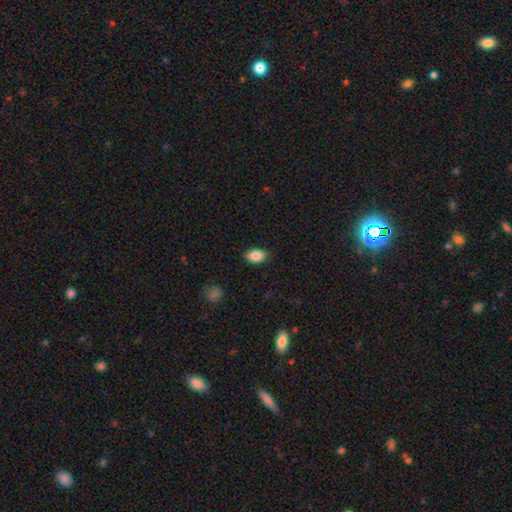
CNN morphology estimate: Smooth or featured: smooth — 87% (star or artifact — 8%)
How rounded: in between — 89% (round — 9%)
Merging: none — 87% (minor disturbance — 10%)